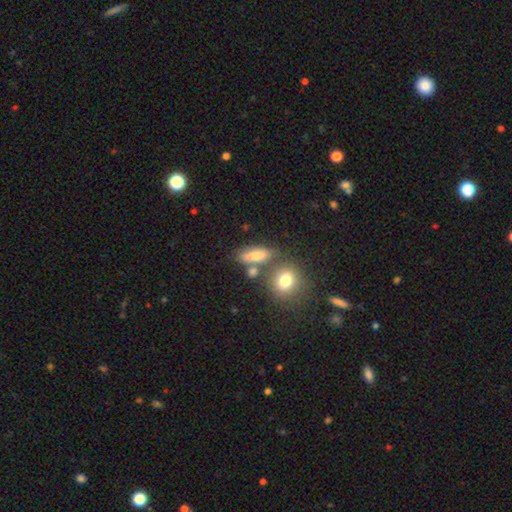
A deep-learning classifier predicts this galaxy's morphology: smooth_or_featured: smooth (p=0.69) [alt: featured or disk p=0.19]
how_rounded: in between (p=0.55) [alt: cigar-shaped p=0.28]
merging: none (p=0.62) [alt: merger p=0.18]